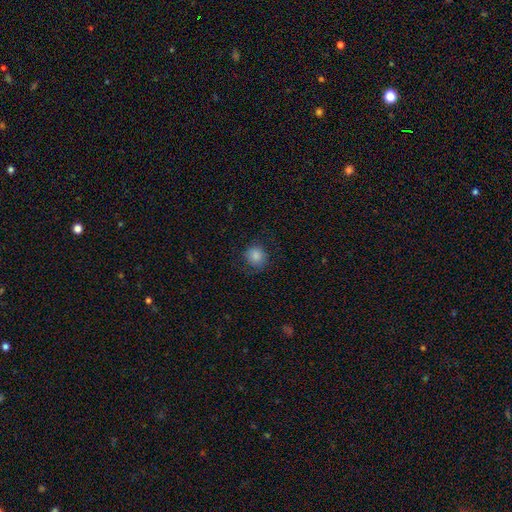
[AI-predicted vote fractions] A smooth galaxy with no disk features (85%) that is round (83%). Merging: none (77%).